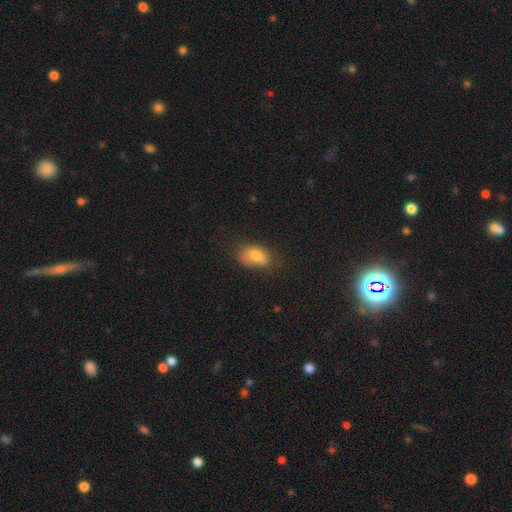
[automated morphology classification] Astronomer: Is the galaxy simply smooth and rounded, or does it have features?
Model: smooth — 75%.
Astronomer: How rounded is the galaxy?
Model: in between — 87%.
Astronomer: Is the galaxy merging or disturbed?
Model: none — 55%.